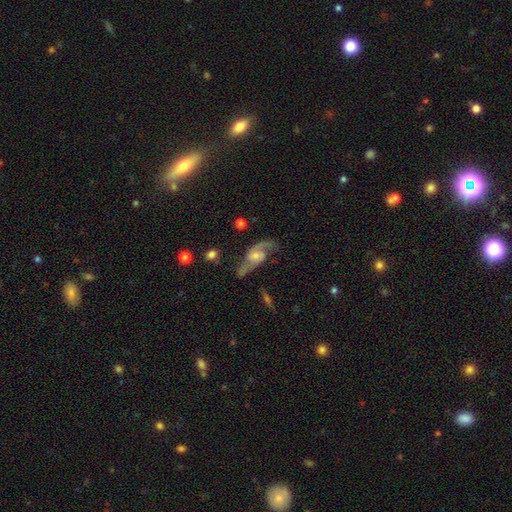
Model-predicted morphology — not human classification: Smooth or featured: featured or disk — 84% (smooth — 9%)
Edge-on disk: no — 93% (yes — 7%)
Bar: no — 54% (weak — 37%)
Spiral arms: yes — 94% (no — 6%)
Spiral winding: loose — 48% (medium — 41%)
Spiral arm count: 2 — 87% (1 — 5%)
Bulge size: small — 44% (moderate — 40%)
Merging: none — 65% (minor disturbance — 18%)